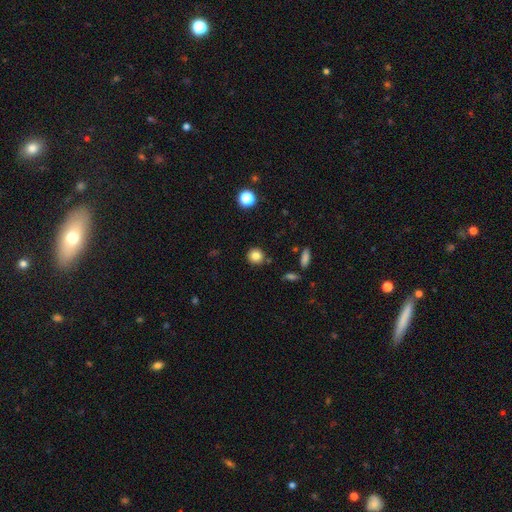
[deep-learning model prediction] A smooth galaxy with no disk features (83%) that is round (91%).

Vote fractions:
- Smooth or featured? smooth: 83% / star or artifact: 11% / featured or disk: 6%
- How rounded? round: 91% / in between: 8% / cigar-shaped: 1%
- Merging? none: 88% / minor disturbance: 7% / merger: 3% / major disturbance: 2%